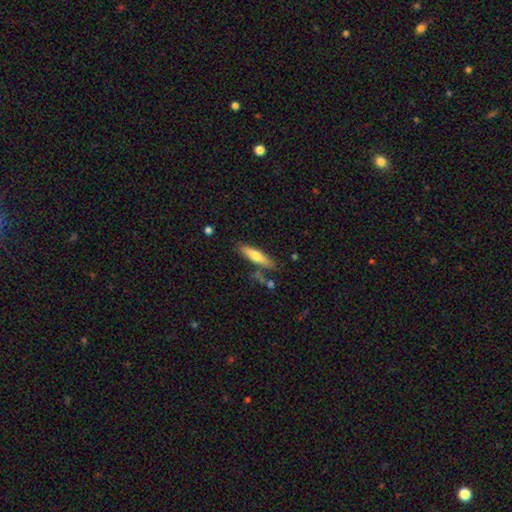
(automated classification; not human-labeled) Smooth or featured: smooth — 60% (featured or disk — 34%)
How rounded: cigar-shaped — 73% (in between — 25%)
Merging: none — 74% (minor disturbance — 15%)